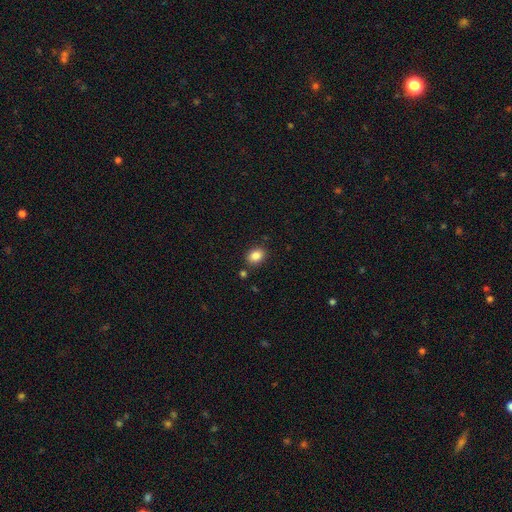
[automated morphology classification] Smooth or featured?
  - smooth: 86% *
  - star or artifact: 9%
  - featured or disk: 5%
How rounded?
  - in between: 64% *
  - round: 35%
  - cigar-shaped: 1%
Merging?
  - none: 85% *
  - minor disturbance: 9%
  - merger: 4%
  - major disturbance: 2%